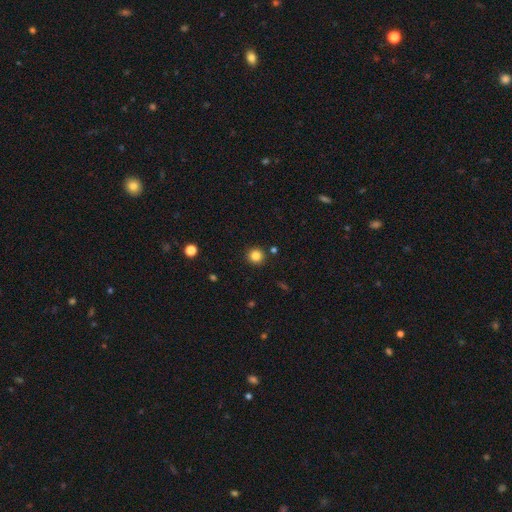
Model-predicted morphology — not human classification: This is clearly a smooth galaxy (83%). How rounded: clearly round (94%). Merging: clearly none (90%).